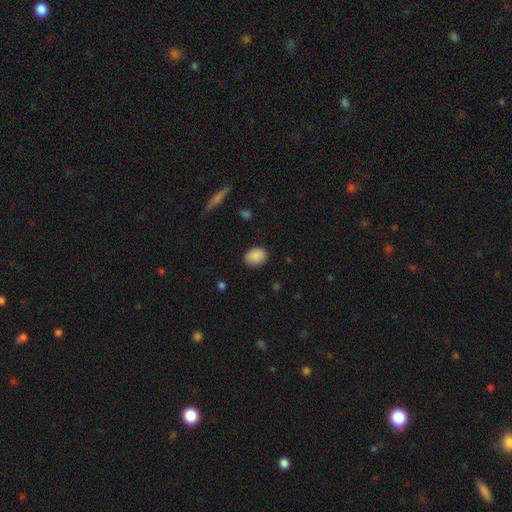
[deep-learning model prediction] A smooth galaxy with no disk features (89%) that is in between round and cigar-shaped (60%).

Vote fractions:
- Smooth or featured? smooth: 89% / star or artifact: 8% / featured or disk: 4%
- How rounded? in between: 60% / round: 39% / cigar-shaped: 1%
- Merging? none: 84% / minor disturbance: 12% / major disturbance: 3% / merger: 1%